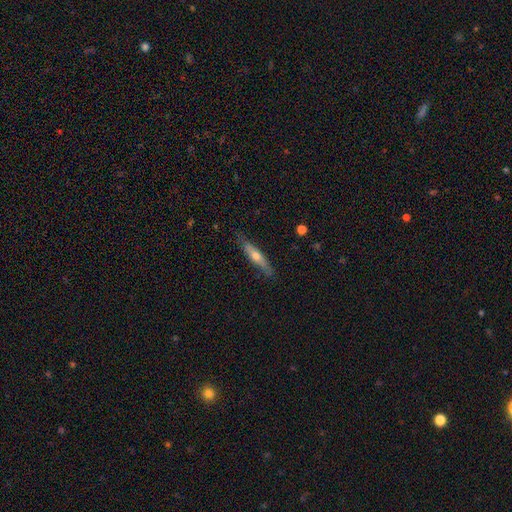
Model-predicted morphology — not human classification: smooth-or-featured: featured or disk: 49% | smooth: 45% | star or artifact: 6%
  merging: none: 83% | minor disturbance: 14% | major disturbance: 2% | merger: 1%